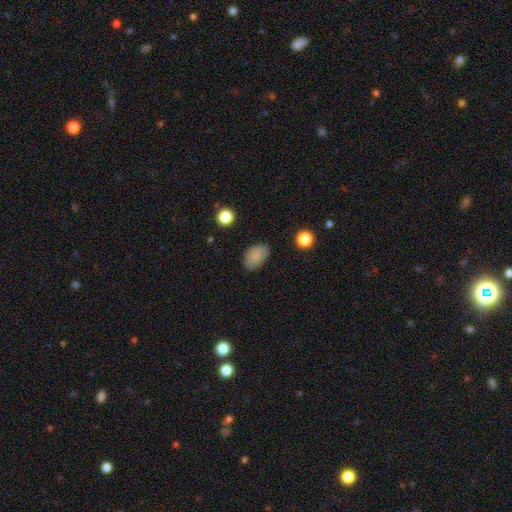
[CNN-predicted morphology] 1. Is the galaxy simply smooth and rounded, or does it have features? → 85% smooth, 8% star or artifact, 6% featured or disk.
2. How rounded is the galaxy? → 89% in between, 9% round, 1% cigar-shaped.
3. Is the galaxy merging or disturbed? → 81% none, 14% minor disturbance, 3% major disturbance, 1% merger.